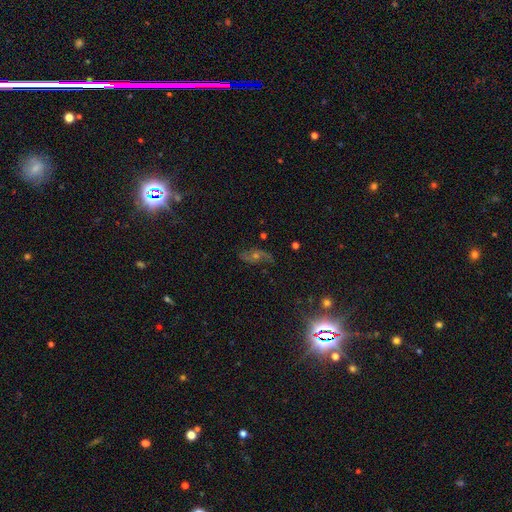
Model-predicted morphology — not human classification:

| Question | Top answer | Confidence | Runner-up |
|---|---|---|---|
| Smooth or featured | featured or disk | 58% | star or artifact (29%) |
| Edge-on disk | no | 92% | yes (8%) |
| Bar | no | 65% | weak (26%) |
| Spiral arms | yes | 88% | no (12%) |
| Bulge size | moderate | 50% | small (40%) |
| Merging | none | 70% | minor disturbance (17%) |